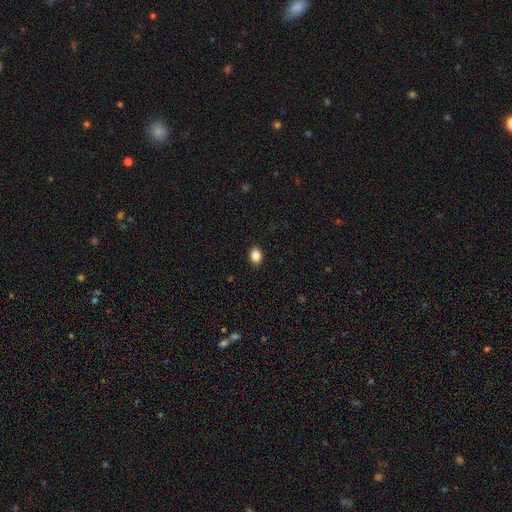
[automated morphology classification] smooth 87%, star or artifact 9%, featured or disk 4%. Down the decision tree: how rounded — in between (70%); merging — none (90%).